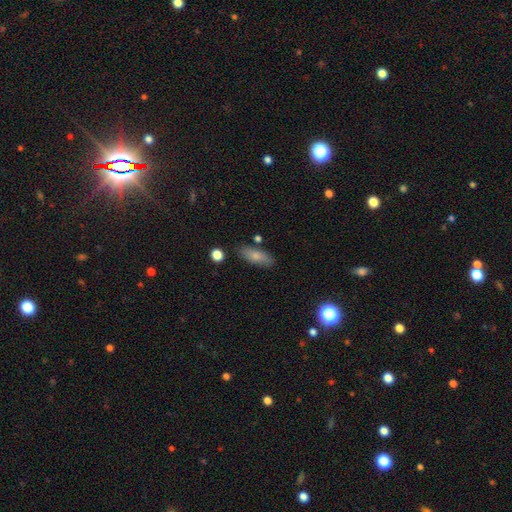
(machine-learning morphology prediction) Smooth or featured? Predicted: smooth (p=0.77). How rounded? Predicted: in between (p=0.72). Merging? Predicted: none (p=0.80).